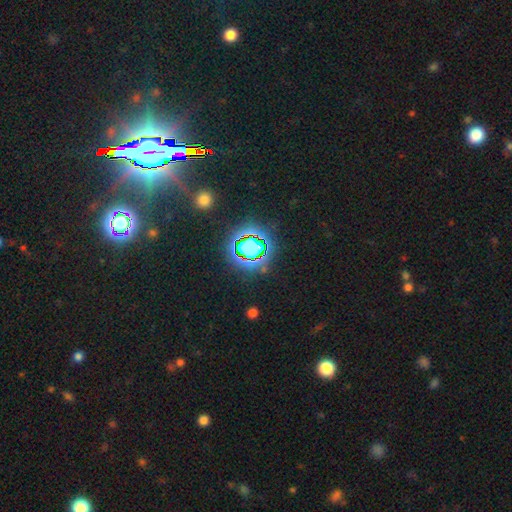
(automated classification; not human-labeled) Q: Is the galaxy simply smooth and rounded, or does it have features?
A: star or artifact — 83%.